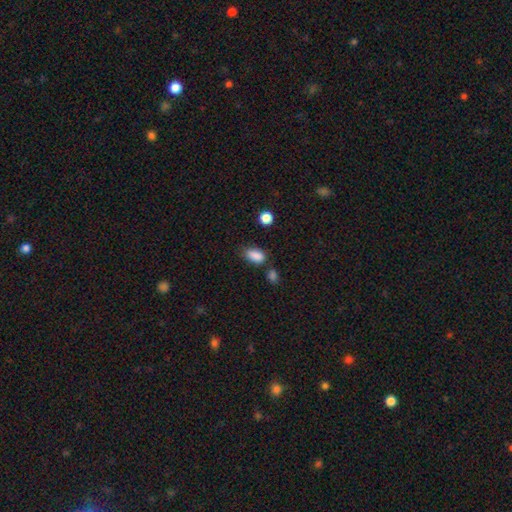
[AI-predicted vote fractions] Smooth or featured: smooth — 87% (star or artifact — 9%)
How rounded: in between — 88% (round — 8%)
Merging: none — 66% (minor disturbance — 20%)